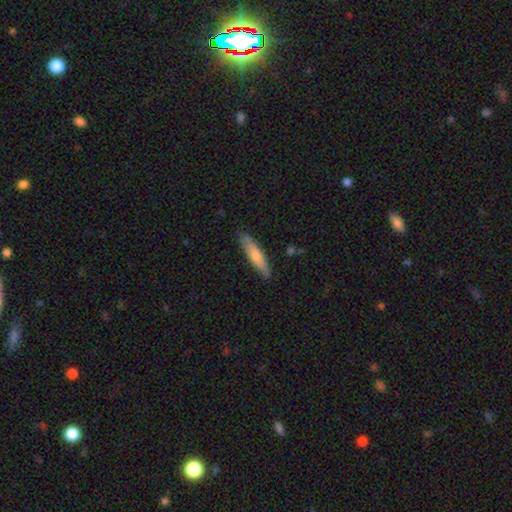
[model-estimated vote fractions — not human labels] Smooth or featured?
  - smooth: 71% *
  - featured or disk: 24%
  - star or artifact: 5%
How rounded?
  - cigar-shaped: 84% *
  - in between: 14%
  - round: 1%
Merging?
  - none: 87% *
  - minor disturbance: 10%
  - major disturbance: 2%
  - merger: 1%